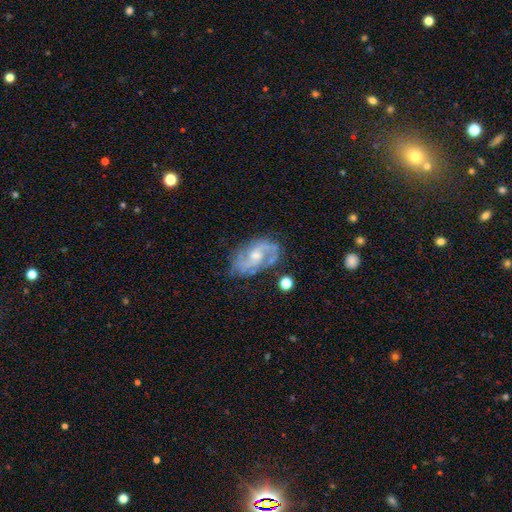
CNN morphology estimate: smooth-or-featured: featured or disk: 83% | smooth: 10% | star or artifact: 6%
  disk-edge-on: no: 97% | yes: 3%
    bar: no: 51% | weak: 42% | strong: 7%
    has-spiral-arms: yes: 93% | no: 7%
      spiral-winding: medium: 51% | tight: 27% | loose: 22%
      spiral-arm-count: 2: 73% | can't tell: 13% | 3: 7% | 1: 4% | 4: 2% | more than 4: 2%
    bulge-size: moderate: 50% | small: 40% | none: 6% | large: 4% | dominant: 1%
  merging: none: 64% | minor disturbance: 22% | major disturbance: 11% | merger: 3%